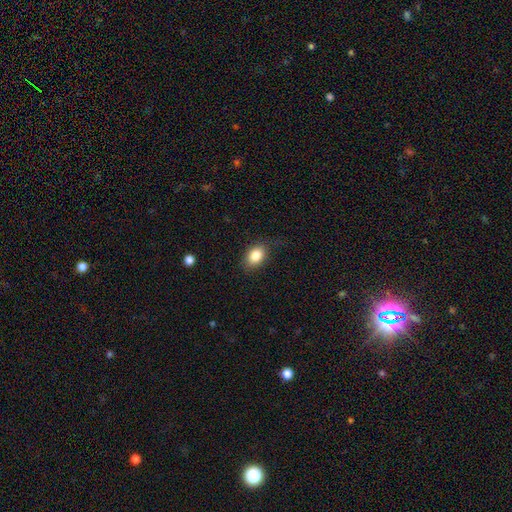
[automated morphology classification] A smooth galaxy with no disk features (84%) that is in between round and cigar-shaped (77%).

Vote fractions:
- Smooth or featured? smooth: 84% / star or artifact: 9% / featured or disk: 7%
- How rounded? in between: 77% / round: 21% / cigar-shaped: 1%
- Merging? none: 76% / minor disturbance: 18% / major disturbance: 5% / merger: 1%